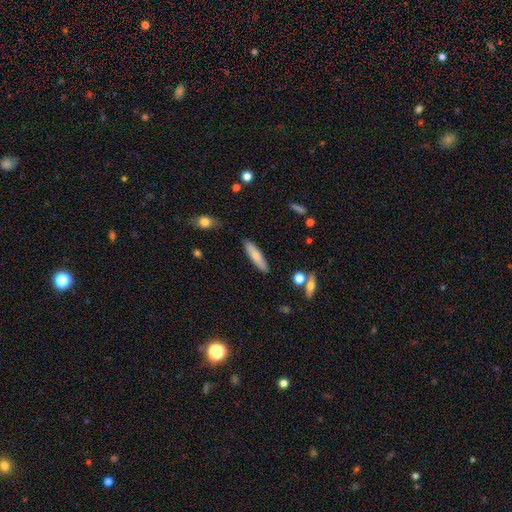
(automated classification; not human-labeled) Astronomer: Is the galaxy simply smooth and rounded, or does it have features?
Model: smooth — 74%.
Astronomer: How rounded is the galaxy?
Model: cigar-shaped — 77%.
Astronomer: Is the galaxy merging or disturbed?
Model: none — 87%.